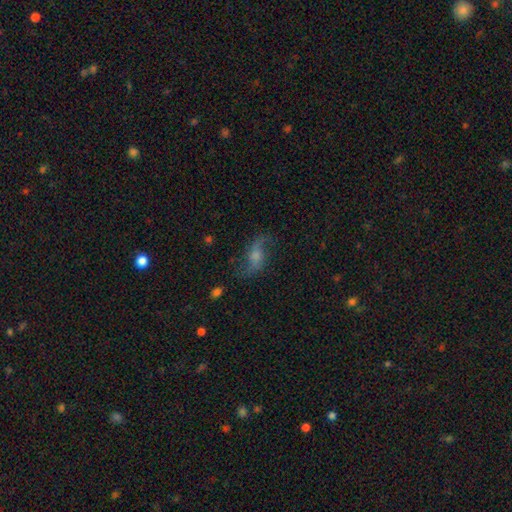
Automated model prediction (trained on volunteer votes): smooth_or_featured: featured or disk (p=0.71) [alt: smooth p=0.17]
disk_edge_on: no (p=0.92) [alt: yes p=0.08]
bar: no (p=0.52) [alt: weak p=0.37]
has_spiral_arms: yes (p=0.93) [alt: no p=0.07]
spiral_winding: loose (p=0.82) [alt: medium p=0.14]
spiral_arm_count: 2 (p=0.91) [alt: can't tell p=0.03]
bulge_size: moderate (p=0.41) [alt: small p=0.30]
merging: none (p=0.72) [alt: minor disturbance p=0.16]